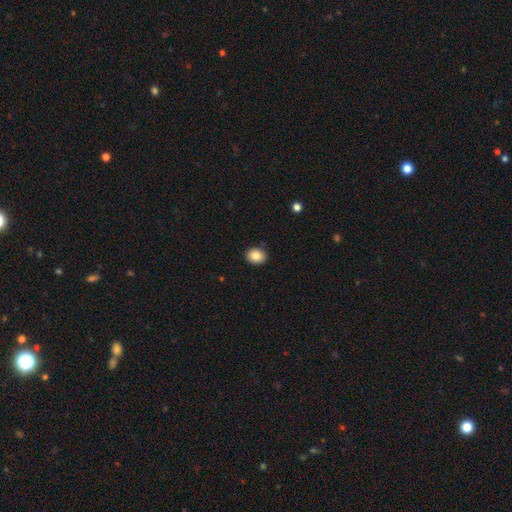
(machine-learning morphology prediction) This appears to be a smooth galaxy with no disk features (85%) that is round (62%). Merging: none (90%).